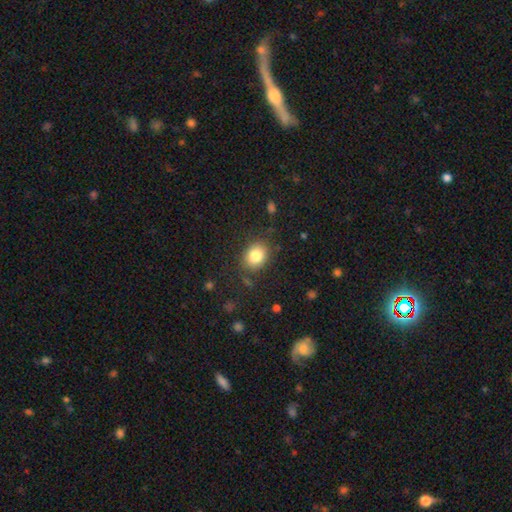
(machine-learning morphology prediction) type=smooth (82%); roundness=round (56%); merging=none (83%).